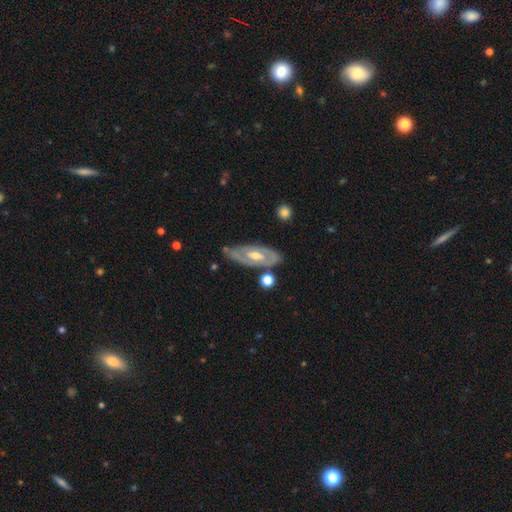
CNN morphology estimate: featured or disk 75%, smooth 20%, star or artifact 5%. Down the decision tree: edge-on disk — no (85%); bar — no (42%); spiral arms — yes (65%); bulge size — moderate (64%); merging — none (72%).